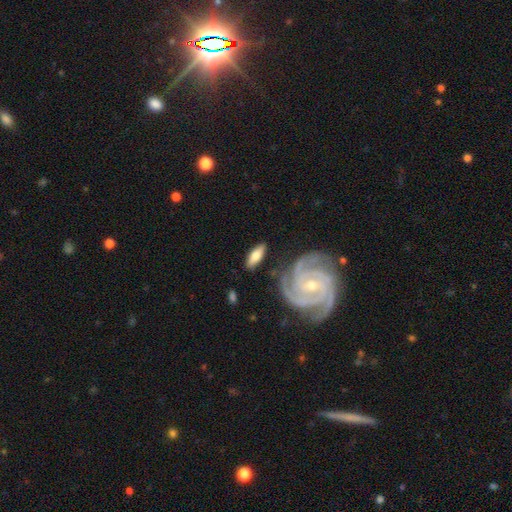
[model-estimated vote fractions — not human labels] Overall: smooth (55%; featured or disk 39%). How rounded: in between (64%; cigar-shaped 33%). Merging: none (76%).